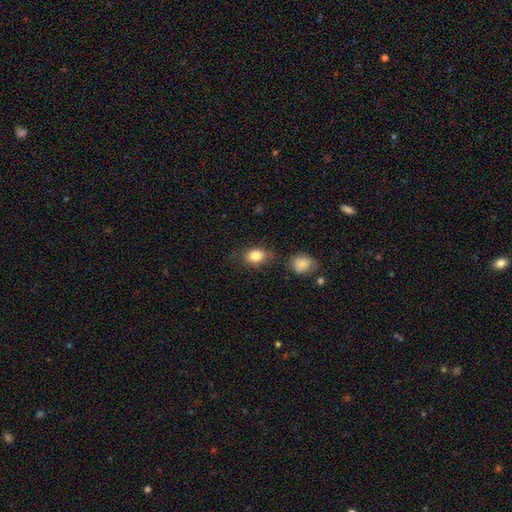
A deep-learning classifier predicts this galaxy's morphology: Q: Smooth or featured?
A: smooth (83%); runner-up: star or artifact (9%)
Q: How rounded?
A: in between (66%); runner-up: round (33%)
Q: Merging?
A: none (70%); runner-up: minor disturbance (20%)